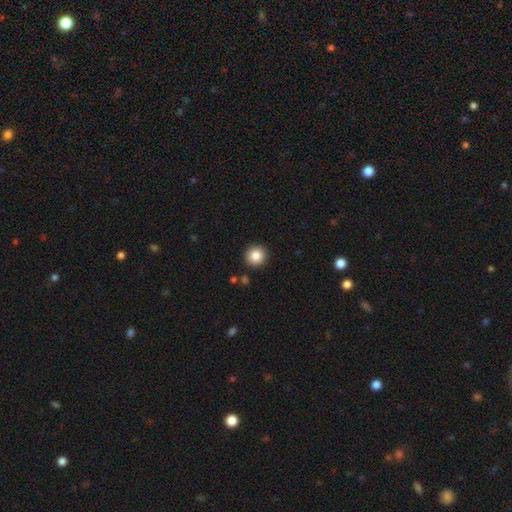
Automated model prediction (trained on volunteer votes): Smooth or featured?
  - smooth: 85% *
  - star or artifact: 10%
  - featured or disk: 6%
How rounded?
  - round: 94% *
  - in between: 5%
  - cigar-shaped: 1%
Merging?
  - none: 91% *
  - minor disturbance: 5%
  - merger: 2%
  - major disturbance: 2%